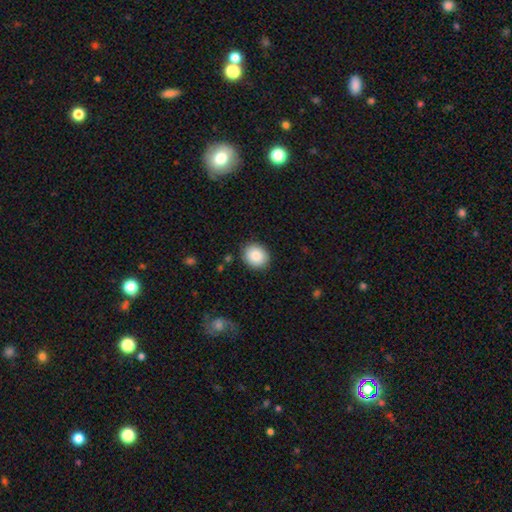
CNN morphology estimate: Smooth or featured? Predicted: smooth (p=0.87). How rounded? Predicted: round (p=0.69). Merging? Predicted: none (p=0.89).